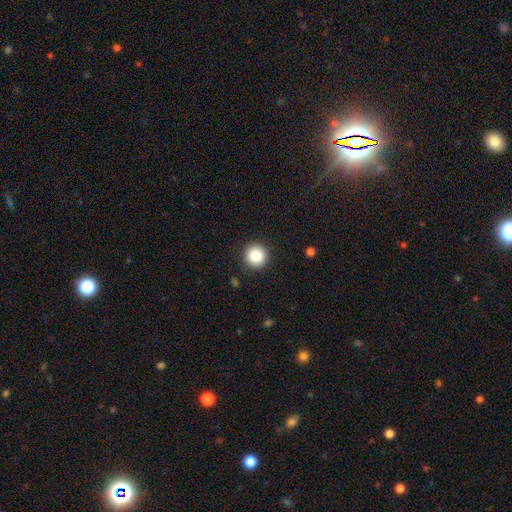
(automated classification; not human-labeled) This appears to be a smooth galaxy with no disk features (85%) that is round (96%). Merging: none (91%).